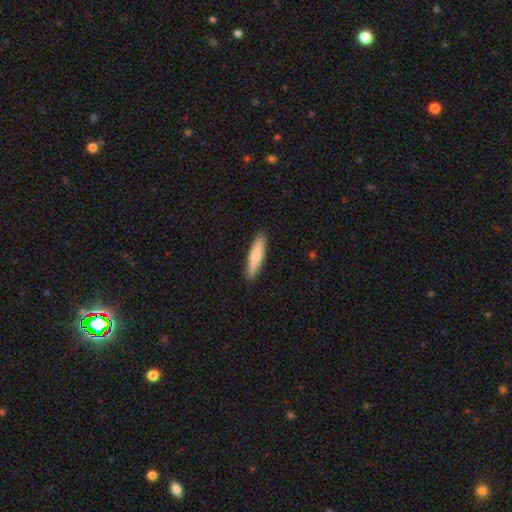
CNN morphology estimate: The model was most divided on "smooth or featured": smooth: 76%, featured or disk: 19%, star or artifact: 5%. More confident: merging — none (90%); how rounded — cigar-shaped (81%).